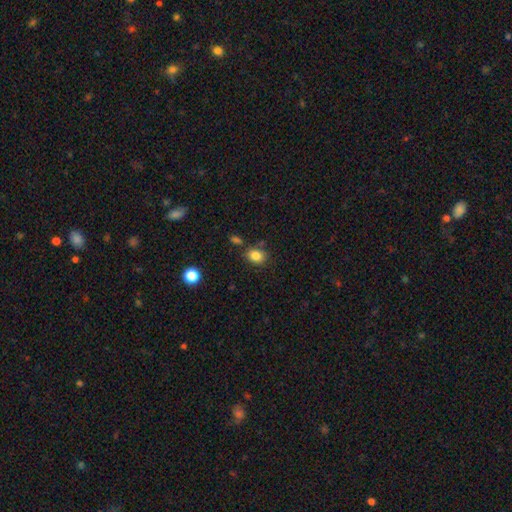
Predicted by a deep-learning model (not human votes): smooth-or-featured: smooth: 84% | star or artifact: 10% | featured or disk: 6%
  how-rounded: in between: 55% | round: 44% | cigar-shaped: 1%
  merging: none: 76% | minor disturbance: 14% | merger: 7% | major disturbance: 4%